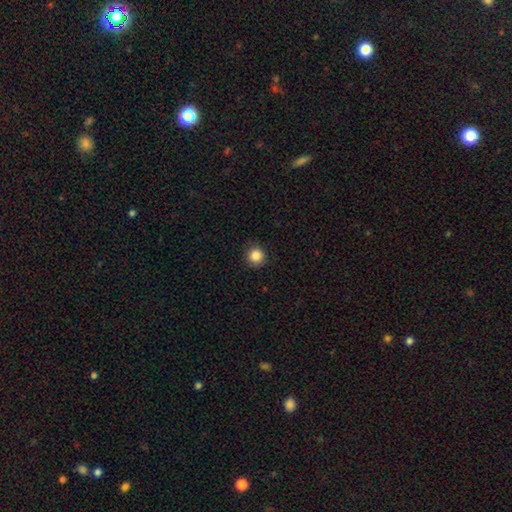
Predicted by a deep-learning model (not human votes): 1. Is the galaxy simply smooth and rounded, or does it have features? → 87% smooth, 10% star or artifact, 3% featured or disk.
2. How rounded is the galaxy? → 95% round, 5% in between, 1% cigar-shaped.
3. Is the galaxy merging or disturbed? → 91% none, 7% minor disturbance, 2% major disturbance, 1% merger.